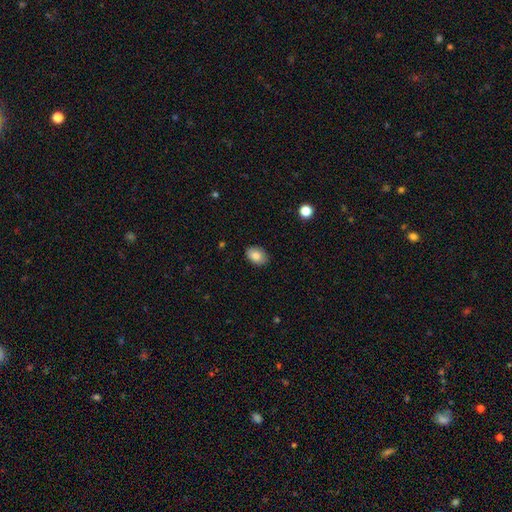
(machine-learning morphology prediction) smooth_or_featured: smooth (p=0.85) [alt: star or artifact p=0.08]
how_rounded: in between (p=0.80) [alt: round p=0.19]
merging: none (p=0.86) [alt: minor disturbance p=0.11]